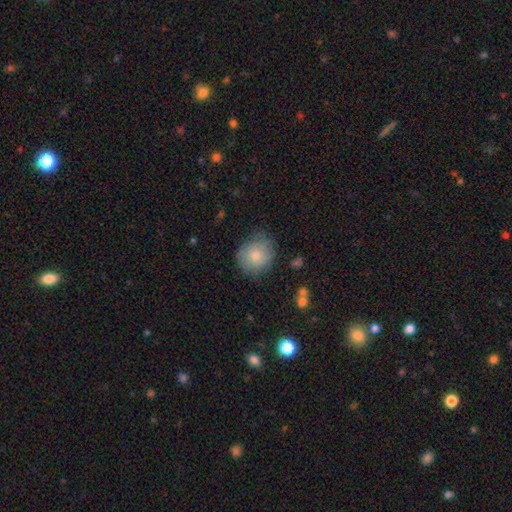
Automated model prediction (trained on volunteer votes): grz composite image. It shows a smooth galaxy with no disk features (78%) that is round (80%). Merging: none (68%).